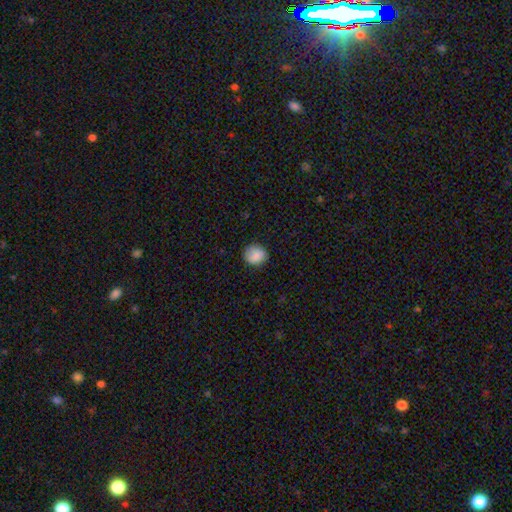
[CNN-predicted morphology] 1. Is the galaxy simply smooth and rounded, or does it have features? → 86% smooth, 8% star or artifact, 6% featured or disk.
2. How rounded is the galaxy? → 80% round, 19% in between, 1% cigar-shaped.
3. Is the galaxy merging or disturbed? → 83% none, 13% minor disturbance, 3% major disturbance, 1% merger.